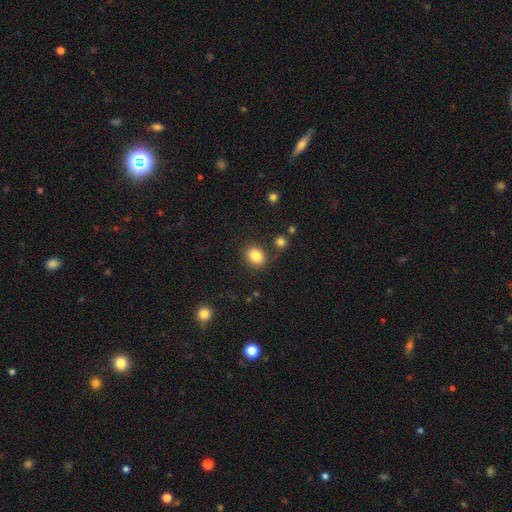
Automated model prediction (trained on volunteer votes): This appears to be a smooth galaxy with no disk features (84%) that is round (63%). Merging: none (82%).